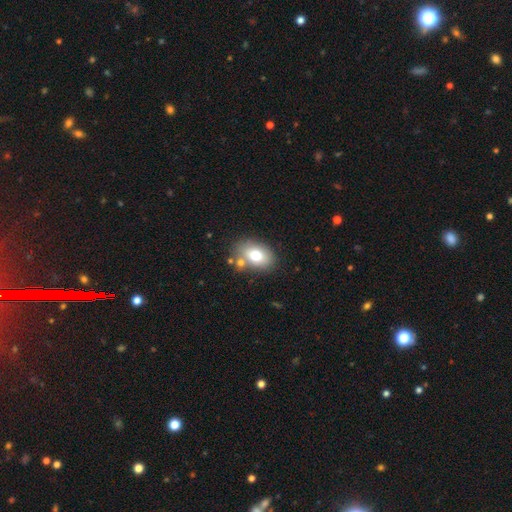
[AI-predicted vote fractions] This is likely a smooth galaxy (73%). How rounded: clearly in between (82%). Merging: likely none (70%).